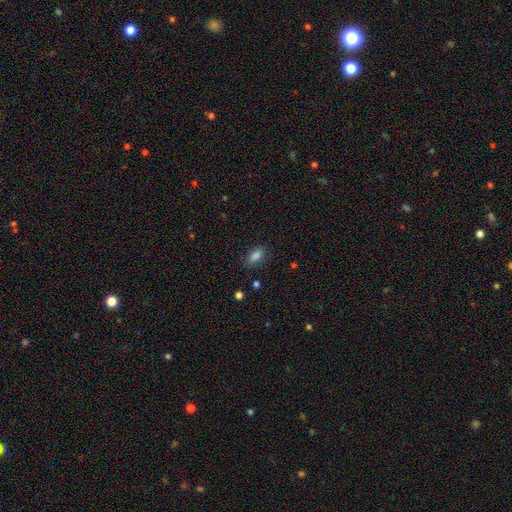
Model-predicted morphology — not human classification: Smooth or featured?
  - smooth: 84% *
  - star or artifact: 10%
  - featured or disk: 6%
How rounded?
  - in between: 86% *
  - cigar-shaped: 7%
  - round: 7%
Merging?
  - none: 82% *
  - minor disturbance: 13%
  - major disturbance: 3%
  - merger: 1%